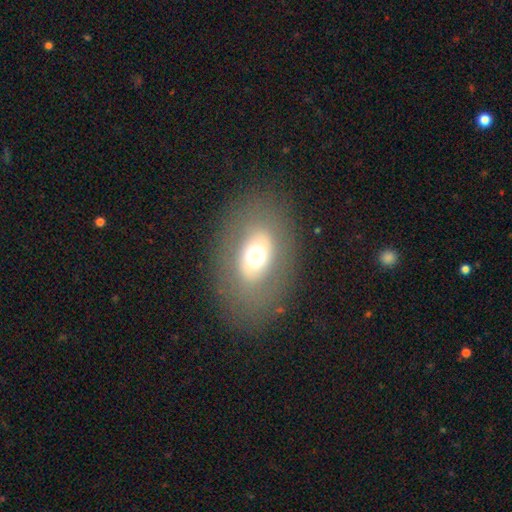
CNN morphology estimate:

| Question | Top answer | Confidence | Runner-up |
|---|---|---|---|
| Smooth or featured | smooth | 58% | featured or disk (27%) |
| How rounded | in between | 75% | round (24%) |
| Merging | none | 81% | minor disturbance (10%) |